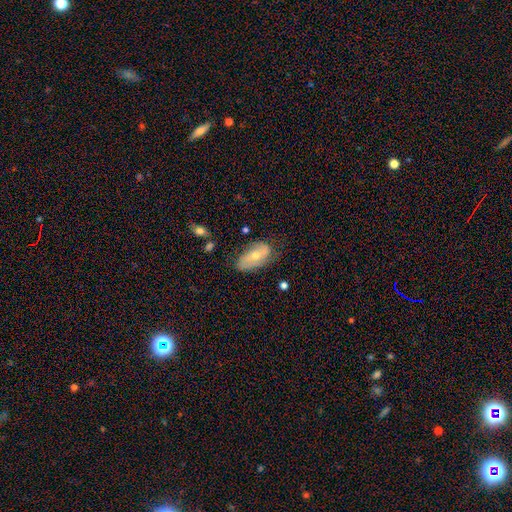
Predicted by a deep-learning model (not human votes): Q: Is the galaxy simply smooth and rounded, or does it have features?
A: smooth — 48%.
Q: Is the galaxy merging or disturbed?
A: none — 56%.